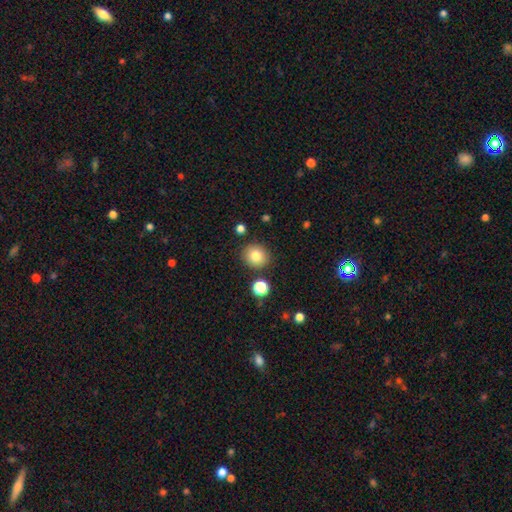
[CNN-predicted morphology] Q: Smooth or featured?
A: smooth (81%); runner-up: star or artifact (11%)
Q: How rounded?
A: round (83%); runner-up: in between (16%)
Q: Merging?
A: none (86%); runner-up: minor disturbance (8%)